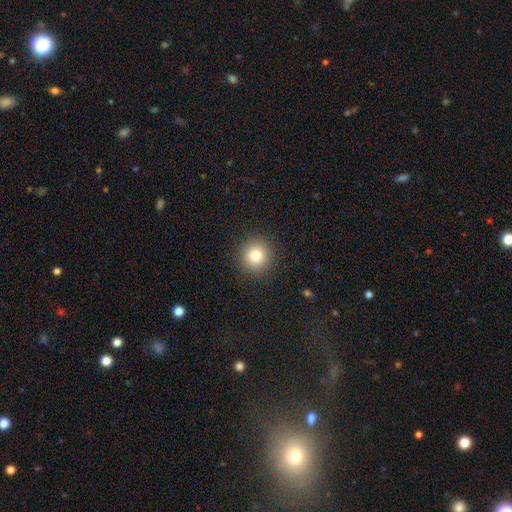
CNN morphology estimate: The model was most divided on "smooth or featured": smooth: 80%, star or artifact: 11%, featured or disk: 9%. More confident: how rounded — round (93%); merging — none (91%).